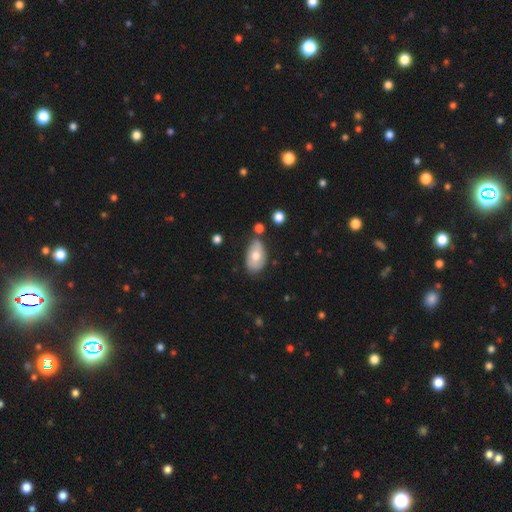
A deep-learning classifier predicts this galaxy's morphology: Smooth or featured? smooth (64%)
How rounded? in between (92%)
Merging? none (62%)